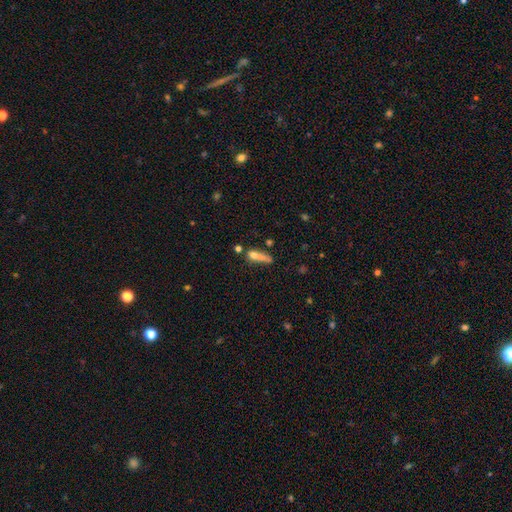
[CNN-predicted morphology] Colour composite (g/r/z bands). It shows a smooth galaxy with no disk features (61%) that is cigar-shaped (65%). Merging: none (36%).